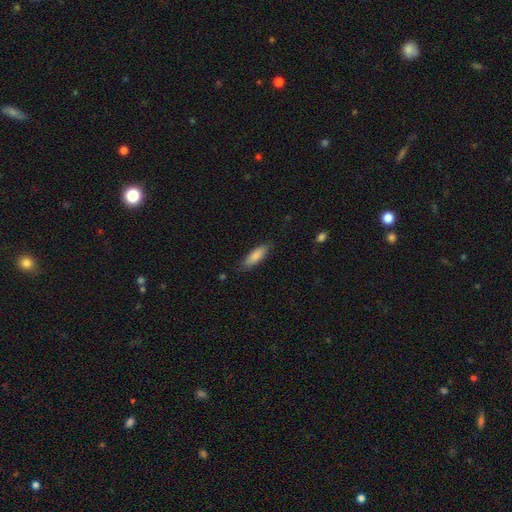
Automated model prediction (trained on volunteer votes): Morphology: type=smooth (86%); roundness=in between (50%); merging=none (83%).